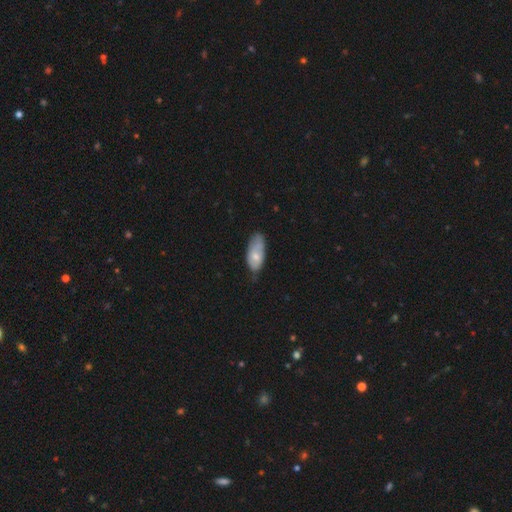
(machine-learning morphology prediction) A smooth galaxy with no disk features (65%) that is in between round and cigar-shaped (90%). Merging: none (44%).